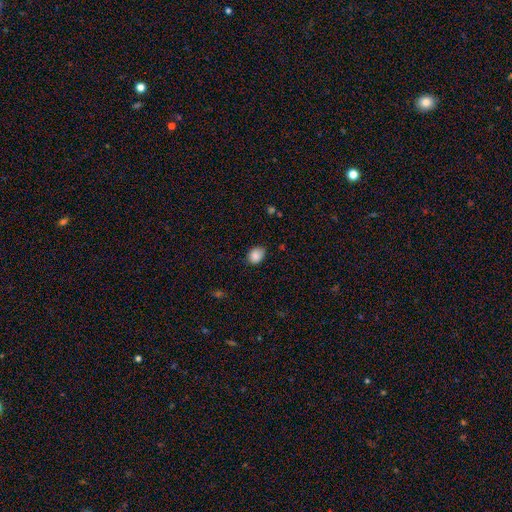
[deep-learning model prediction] Smooth or featured?
  - smooth: 87% *
  - star or artifact: 8%
  - featured or disk: 5%
How rounded?
  - in between: 60% *
  - round: 39%
  - cigar-shaped: 1%
Merging?
  - none: 72% *
  - minor disturbance: 23%
  - major disturbance: 3%
  - merger: 1%